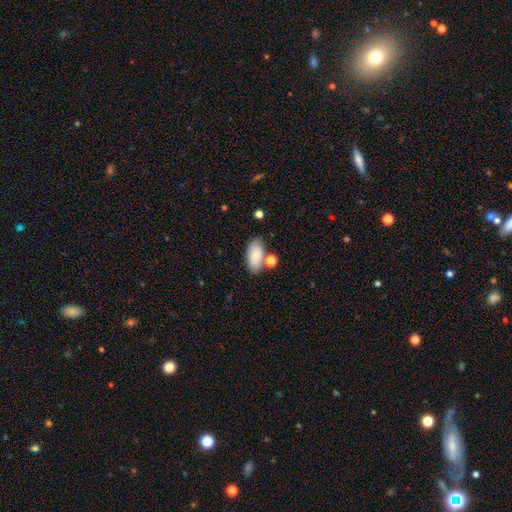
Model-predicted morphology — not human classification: Overall: smooth (83%). How rounded: in between (93%). Merging: none (64%).